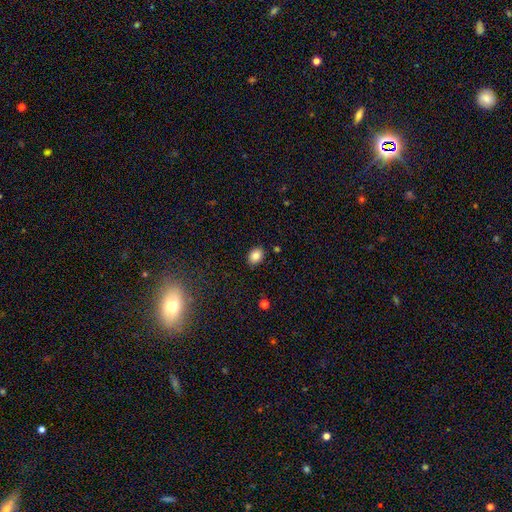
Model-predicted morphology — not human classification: A smooth galaxy with no disk features (83%) that is in between round and cigar-shaped (70%). Merging: none (88%).